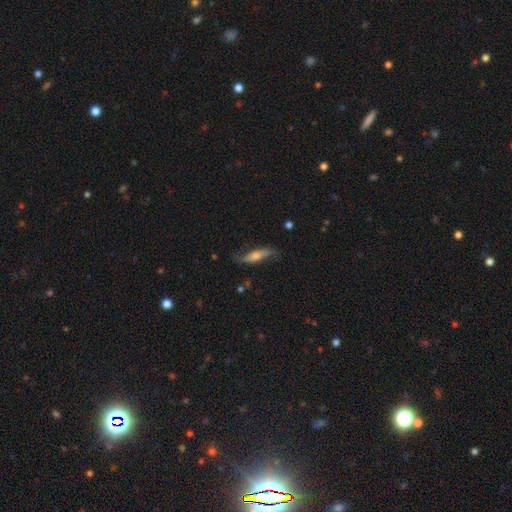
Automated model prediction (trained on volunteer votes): The model was most divided on "edge-on disk": no: 60%, yes: 40%. More confident: merging — none (70%); smooth or featured — featured or disk (65%).